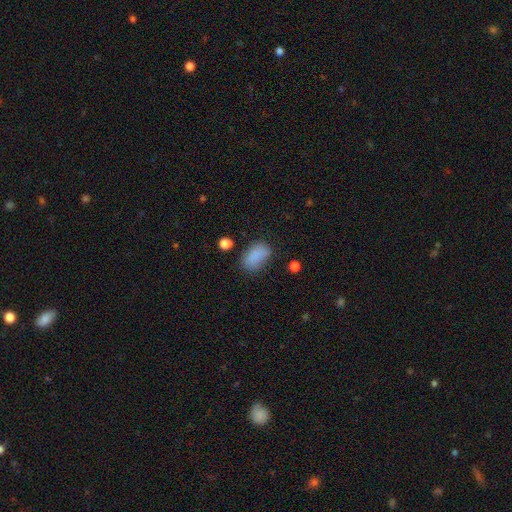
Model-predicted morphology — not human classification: A smooth galaxy with no disk features (86%) that is in between round and cigar-shaped (90%).

Vote fractions:
- Smooth or featured? smooth: 86% / star or artifact: 9% / featured or disk: 5%
- How rounded? in between: 90% / round: 8% / cigar-shaped: 2%
- Merging? none: 70% / minor disturbance: 20% / major disturbance: 6% / merger: 3%